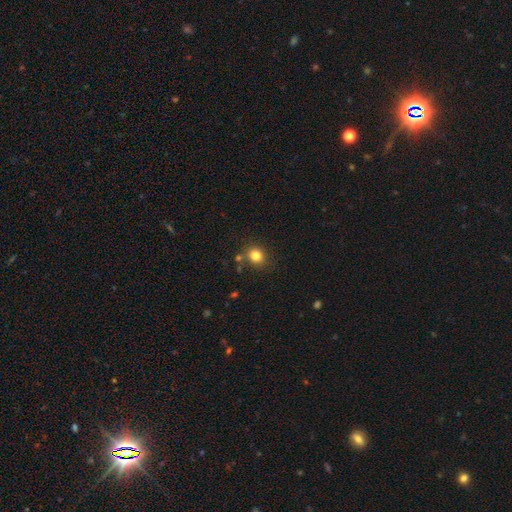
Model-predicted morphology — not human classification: Overall: smooth (82%). How rounded: round (76%). Merging: none (76%).